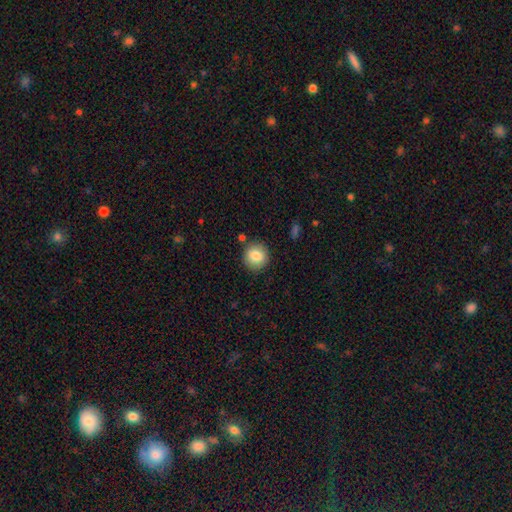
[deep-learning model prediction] A smooth galaxy with no disk features (85%) that is round (92%). Merging: none (88%).